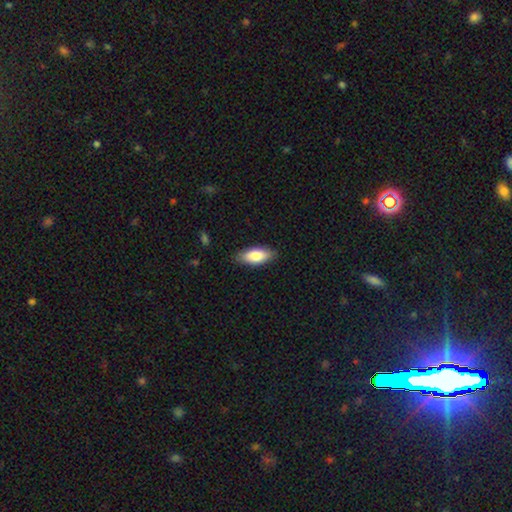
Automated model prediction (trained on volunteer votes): smooth 80%, featured or disk 14%, star or artifact 6%. Down the decision tree: how rounded — in between (83%); merging — none (86%).